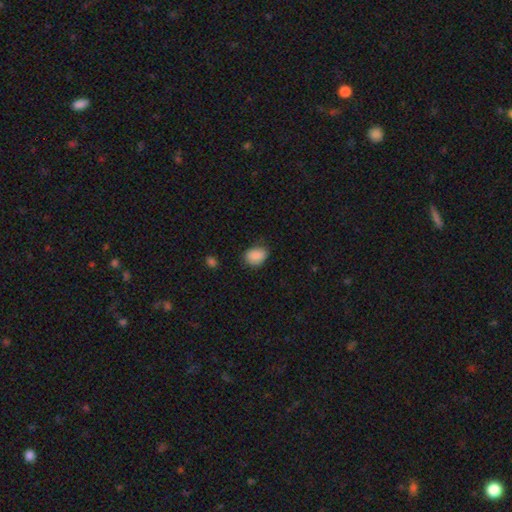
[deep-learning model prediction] smooth_or_featured: smooth (p=0.87) [alt: star or artifact p=0.08]
how_rounded: in between (p=0.68) [alt: round p=0.31]
merging: none (p=0.73) [alt: minor disturbance p=0.22]